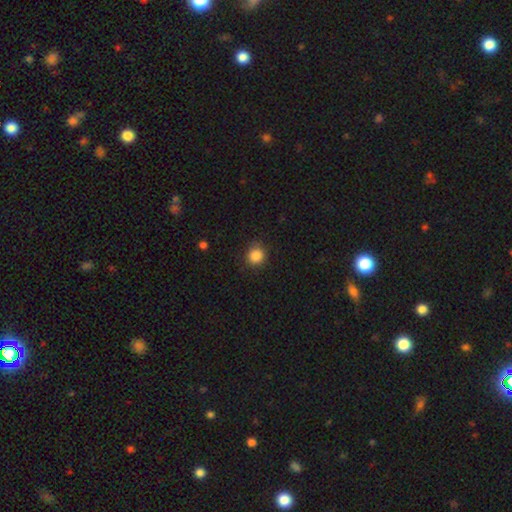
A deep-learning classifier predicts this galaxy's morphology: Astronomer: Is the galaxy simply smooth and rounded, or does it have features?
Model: smooth — 86%.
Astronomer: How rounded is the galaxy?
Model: round — 89%.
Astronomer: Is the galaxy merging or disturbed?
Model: none — 84%.